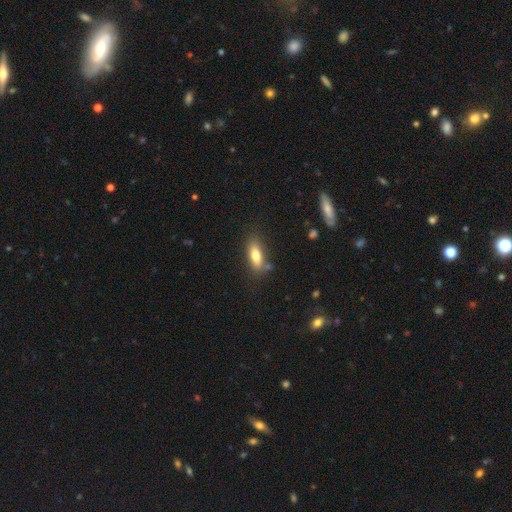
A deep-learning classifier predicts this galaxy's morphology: Q: Smooth or featured?
A: smooth (72%); runner-up: featured or disk (20%)
Q: How rounded?
A: in between (71%); runner-up: cigar-shaped (25%)
Q: Merging?
A: none (73%); runner-up: minor disturbance (17%)